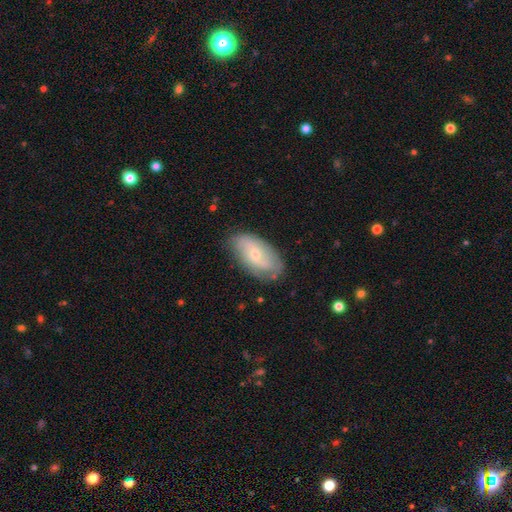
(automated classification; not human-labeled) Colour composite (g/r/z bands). It shows a featured or disk galaxy (53%). Merging: none (74%).